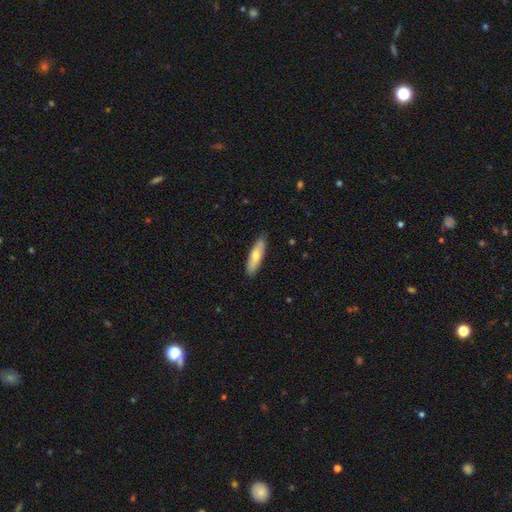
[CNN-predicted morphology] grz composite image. It shows a smooth galaxy with no disk features (63%) that is cigar-shaped (58%). Merging: none (85%).